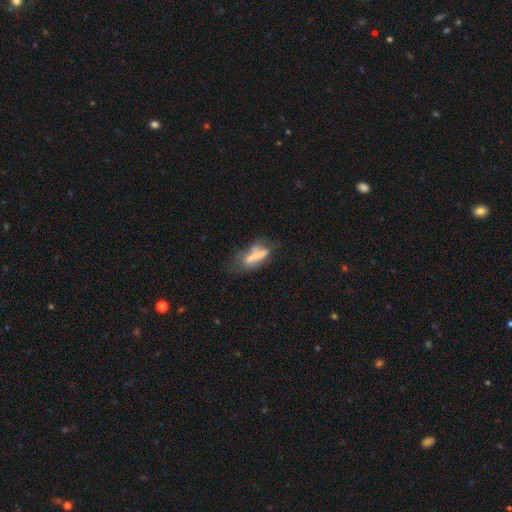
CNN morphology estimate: The model was most divided on "merging": none: 32%, major disturbance: 31%, minor disturbance: 26%, merger: 11%. Remaining: smooth or featured — smooth (58%); how rounded — in between (50%).